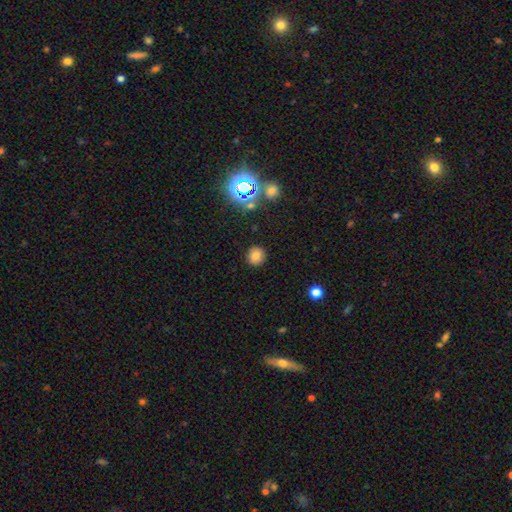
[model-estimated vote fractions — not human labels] smooth_or_featured: smooth (p=0.78) [alt: star or artifact p=0.15]
how_rounded: round (p=0.89) [alt: in between p=0.10]
merging: none (p=0.90) [alt: minor disturbance p=0.06]